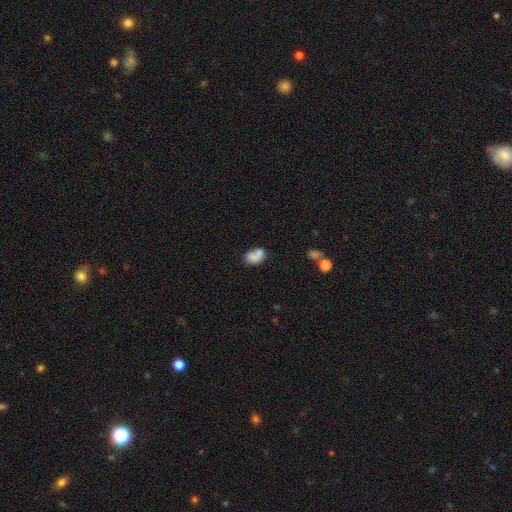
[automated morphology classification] This appears to be a smooth galaxy with no disk features (75%) that is in between round and cigar-shaped (78%). Merging: none (38%).